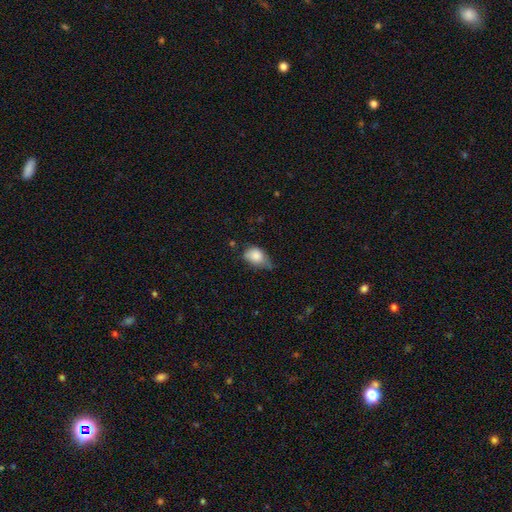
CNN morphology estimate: Smooth or featured?
  - smooth: 82% *
  - featured or disk: 10%
  - star or artifact: 8%
How rounded?
  - in between: 73% *
  - round: 25%
  - cigar-shaped: 2%
Merging?
  - minor disturbance: 52% *
  - none: 29%
  - major disturbance: 15%
  - merger: 4%